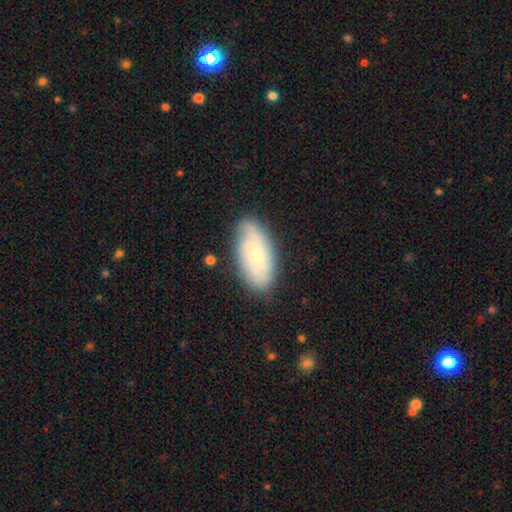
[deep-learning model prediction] Morphology: type=smooth (58%); roundness=in between (92%); merging=none (77%).